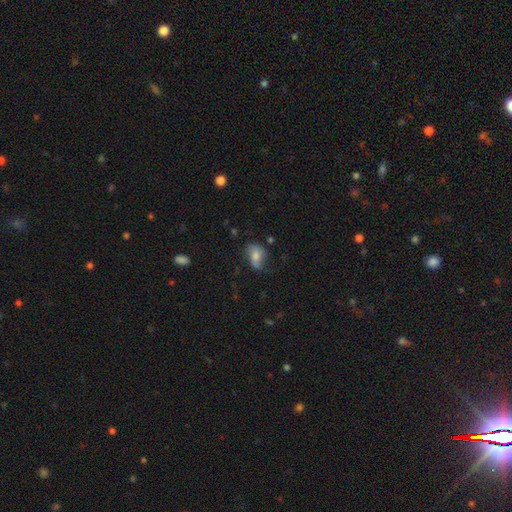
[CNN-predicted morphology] smooth 59%, featured or disk 31%, star or artifact 10%. Down the decision tree: how rounded — in between (79%); merging — none (49%).